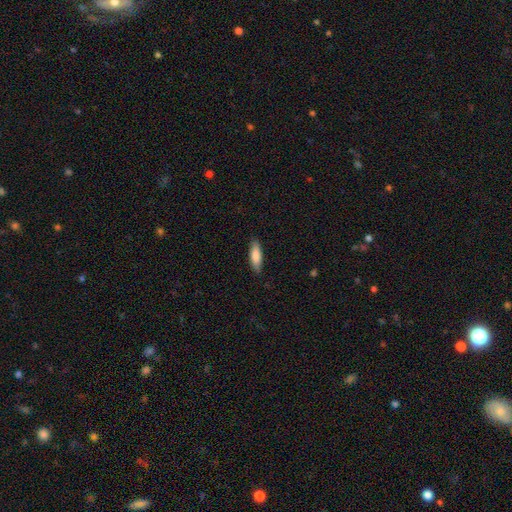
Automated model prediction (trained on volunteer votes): Smooth or featured?
  - smooth: 84% *
  - featured or disk: 10%
  - star or artifact: 6%
How rounded?
  - cigar-shaped: 51% *
  - in between: 48%
  - round: 2%
Merging?
  - none: 87% *
  - minor disturbance: 10%
  - major disturbance: 2%
  - merger: 1%